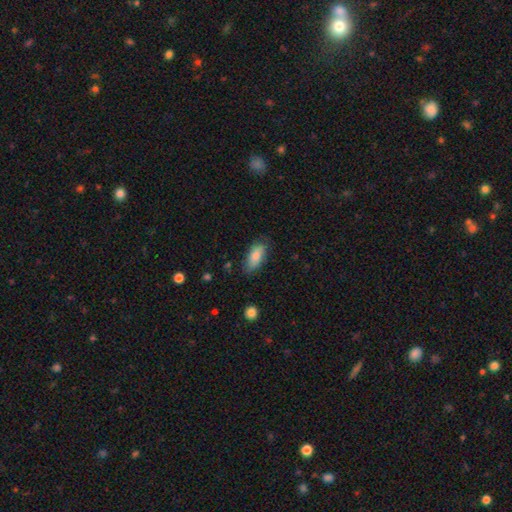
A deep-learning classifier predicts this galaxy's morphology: The model was most divided on "merging": none: 77%, minor disturbance: 18%, major disturbance: 4%, merger: 1%. More confident: how rounded — in between (87%); smooth or featured — smooth (83%).